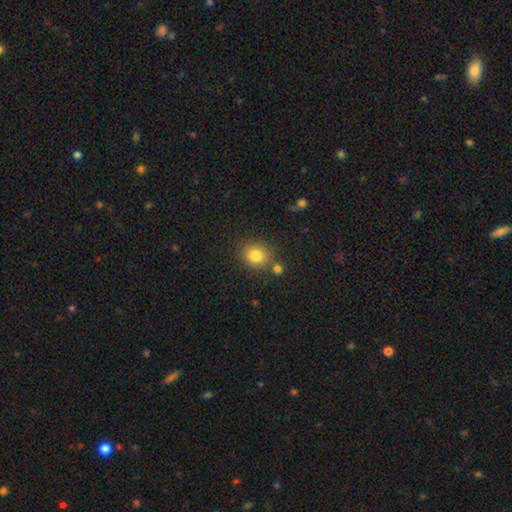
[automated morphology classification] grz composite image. It shows a smooth galaxy with no disk features (82%) that is round (71%). Merging: none (76%).